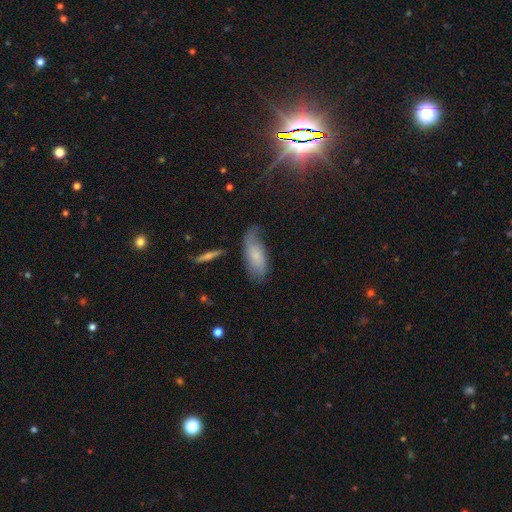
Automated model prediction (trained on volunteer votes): Smooth or featured? Predicted: smooth (p=0.60). How rounded? Predicted: in between (p=0.81). Merging? Predicted: none (p=0.51).